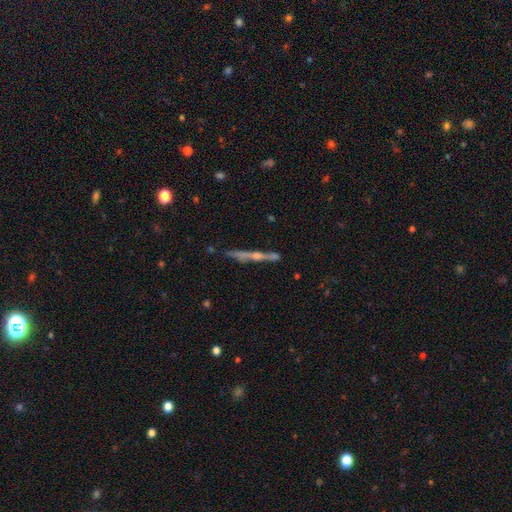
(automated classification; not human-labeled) Q: Smooth or featured?
A: featured or disk (51%); runner-up: smooth (30%)
Q: Edge-on disk?
A: yes (87%); runner-up: no (13%)
Q: Merging?
A: none (74%); runner-up: minor disturbance (12%)